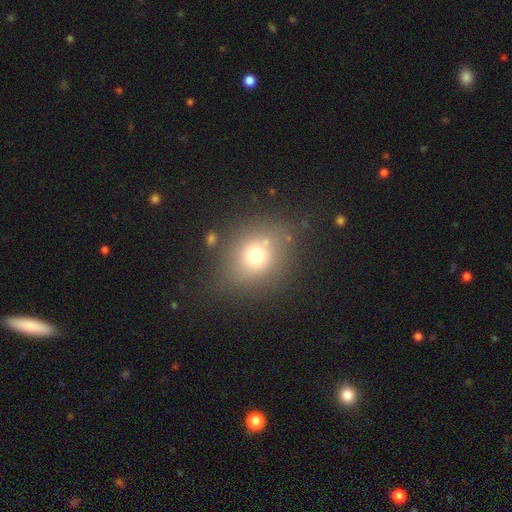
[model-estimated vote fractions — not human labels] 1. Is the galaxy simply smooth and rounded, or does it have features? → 69% smooth, 17% star or artifact, 14% featured or disk.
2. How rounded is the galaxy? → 72% round, 27% in between, 1% cigar-shaped.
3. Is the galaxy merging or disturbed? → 76% none, 12% minor disturbance, 6% major disturbance, 6% merger.